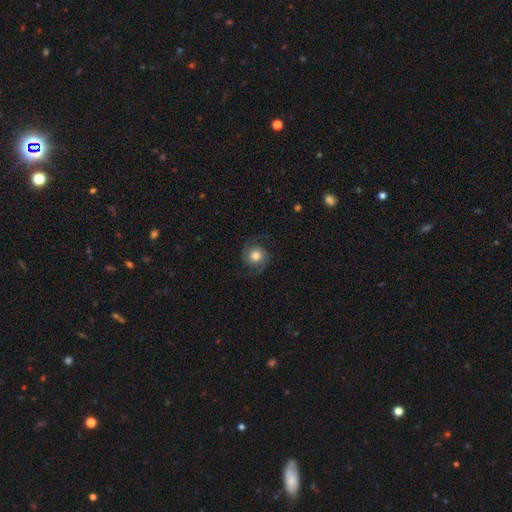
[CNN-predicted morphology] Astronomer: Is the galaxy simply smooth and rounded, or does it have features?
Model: featured or disk — 64%.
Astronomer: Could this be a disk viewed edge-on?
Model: no — 98%.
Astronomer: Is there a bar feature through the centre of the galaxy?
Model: no — 77%.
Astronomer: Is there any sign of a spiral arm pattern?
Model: yes — 94%.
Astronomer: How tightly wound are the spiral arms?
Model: medium — 47% (runner-up: loose, 31%).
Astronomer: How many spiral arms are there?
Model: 2 — 92%.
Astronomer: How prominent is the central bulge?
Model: moderate — 53% (runner-up: large, 32%).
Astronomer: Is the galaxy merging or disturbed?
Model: none — 78%.